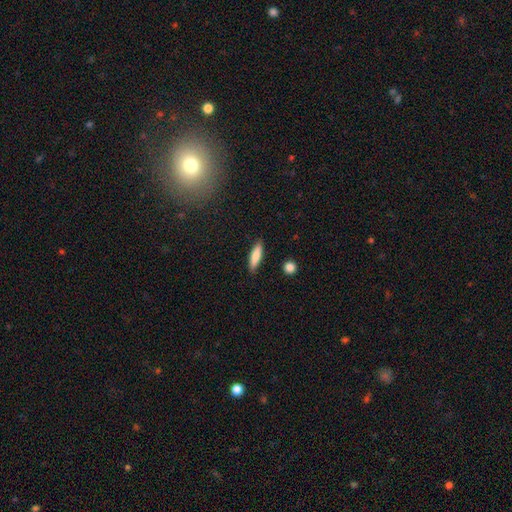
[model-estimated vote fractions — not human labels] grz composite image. It shows a smooth galaxy with no disk features (78%) that is cigar-shaped (71%). Merging: none (88%).